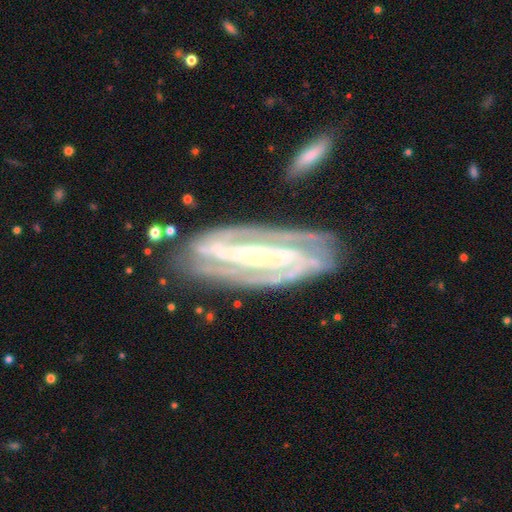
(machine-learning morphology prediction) This appears to be a featured or disk galaxy (90%) with a strong bar (63%), 2 (61%) tight (63%) spiral arms (97%) and a small central bulge (58%). Merging: none (79%).